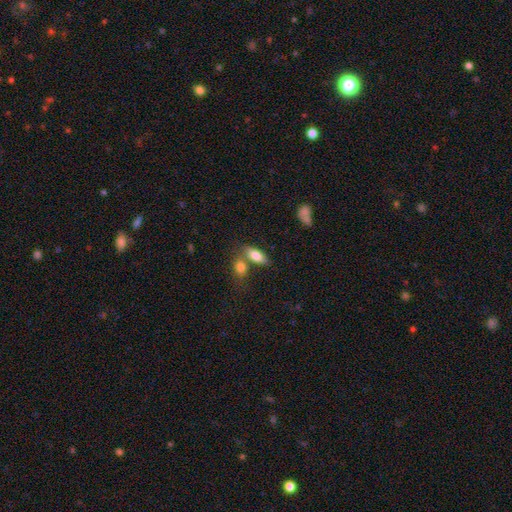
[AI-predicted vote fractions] smooth_or_featured: smooth (p=0.81) [alt: featured or disk p=0.12]
how_rounded: in between (p=0.84) [alt: cigar-shaped p=0.11]
merging: none (p=0.51) [alt: merger p=0.33]